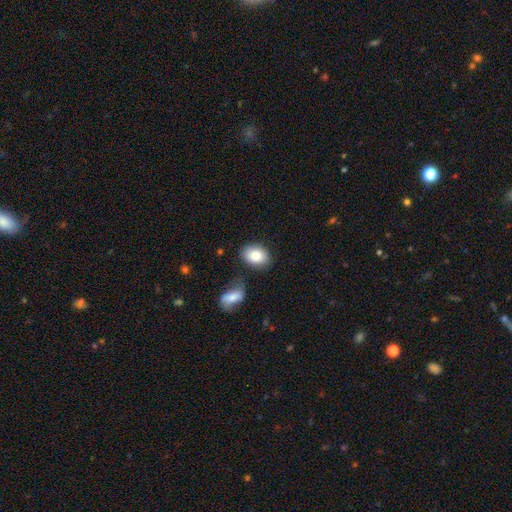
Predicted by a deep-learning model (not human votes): The model was most divided on "how rounded": in between: 75%, round: 24%, cigar-shaped: 1%. More confident: smooth or featured — smooth (84%); merging — none (75%).